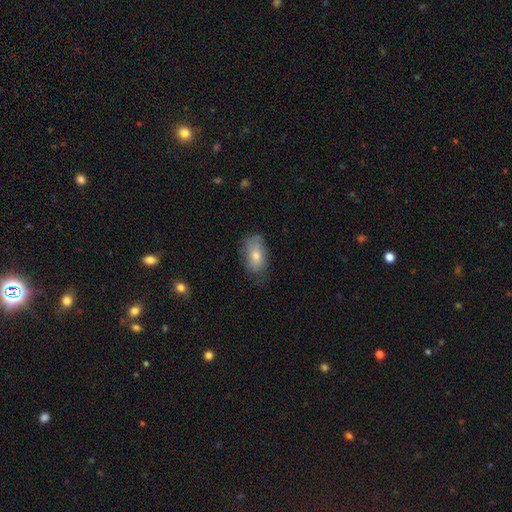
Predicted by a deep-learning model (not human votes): smooth 66%, featured or disk 26%, star or artifact 8%. Down the decision tree: how rounded — in between (90%); merging — none (66%).